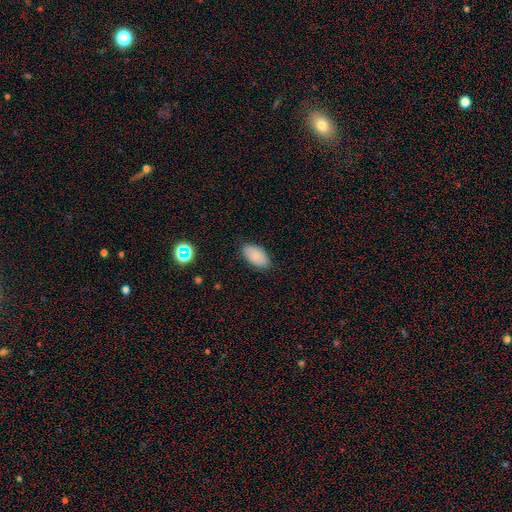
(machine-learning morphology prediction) A smooth galaxy with no disk features (85%) that is in between round and cigar-shaped (94%).

Vote fractions:
- Smooth or featured? smooth: 85% / star or artifact: 8% / featured or disk: 8%
- How rounded? in between: 94% / round: 4% / cigar-shaped: 2%
- Merging? none: 83% / minor disturbance: 13% / major disturbance: 2% / merger: 1%